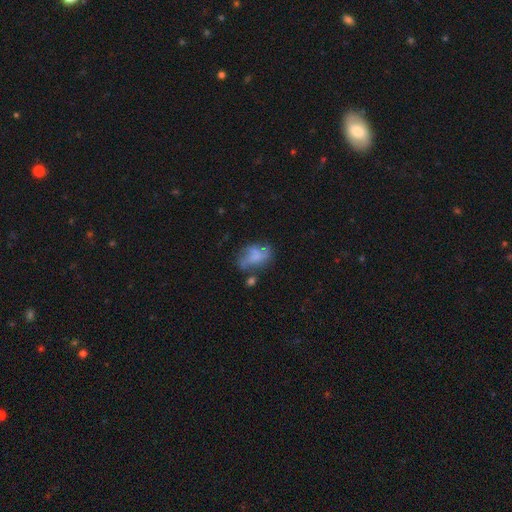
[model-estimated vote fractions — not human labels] The model was most divided on "smooth or featured": featured or disk: 47%, smooth: 41%, star or artifact: 11%. Remaining: merging — none (42%).